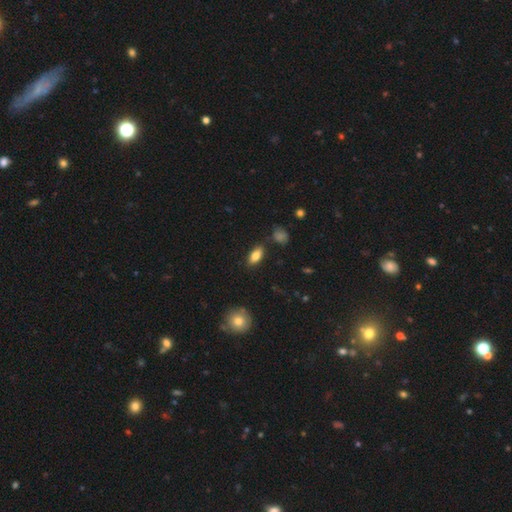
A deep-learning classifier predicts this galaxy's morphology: type=smooth (80%); roundness=in between (86%); merging=none (84%).